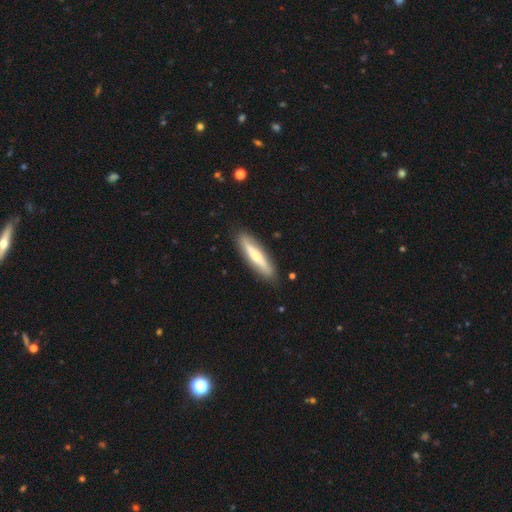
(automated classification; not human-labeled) A smooth galaxy with no disk features (52%) that is cigar-shaped (83%).

Vote fractions:
- Smooth or featured? smooth: 52% / featured or disk: 43% / star or artifact: 5%
- How rounded? cigar-shaped: 83% / in between: 15% / round: 1%
- Merging? none: 87% / minor disturbance: 10% / major disturbance: 2% / merger: 1%